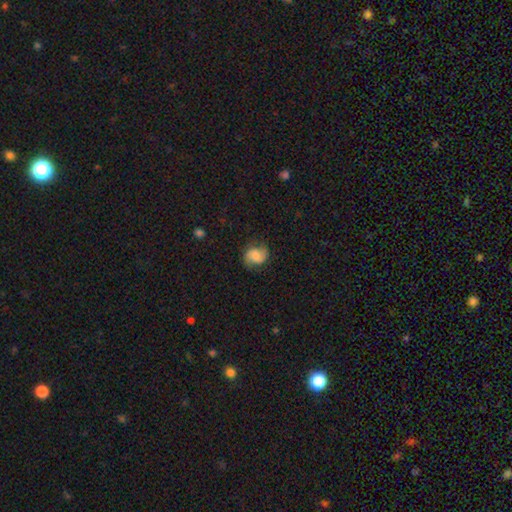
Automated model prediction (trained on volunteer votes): Overall: featured or disk (46%; smooth 44%). Merging: none (74%).